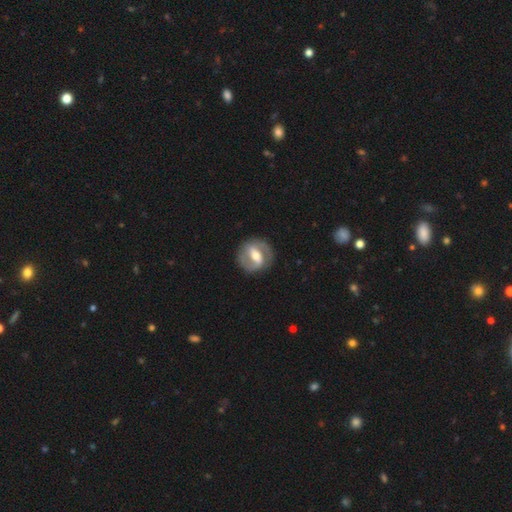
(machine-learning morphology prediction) The model was most divided on "spiral winding": medium: 46%, tight: 36%, loose: 18%. More confident: edge-on disk — no (96%); spiral arm count — 2 (86%); merging — none (84%); spiral arms — yes (82%); smooth or featured — featured or disk (78%); bulge size — moderate (66%); bar — strong (53%).